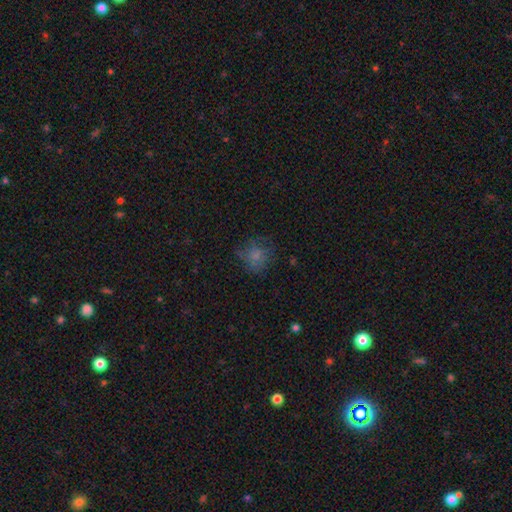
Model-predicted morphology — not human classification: Q: Smooth or featured?
A: smooth (70%); runner-up: star or artifact (15%)
Q: How rounded?
A: round (80%); runner-up: in between (19%)
Q: Merging?
A: none (64%); runner-up: minor disturbance (20%)